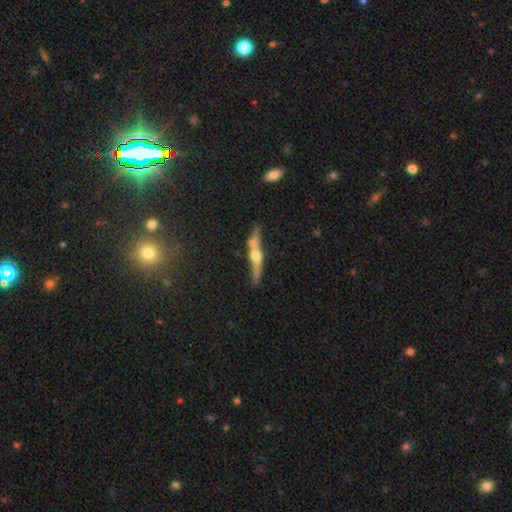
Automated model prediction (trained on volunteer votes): Overall: featured or disk (67%). Edge-on disk: yes (92%). Edge-on bulge: rounded (92%). Merging: none (62%).